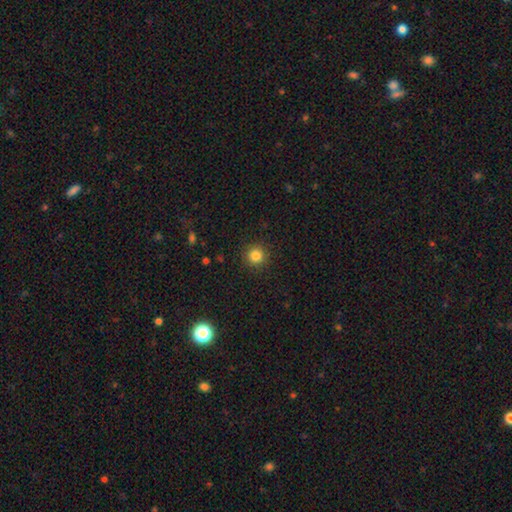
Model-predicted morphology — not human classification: The model was most divided on "smooth or featured": smooth: 84%, star or artifact: 12%, featured or disk: 5%. More confident: how rounded — round (95%); merging — none (91%).